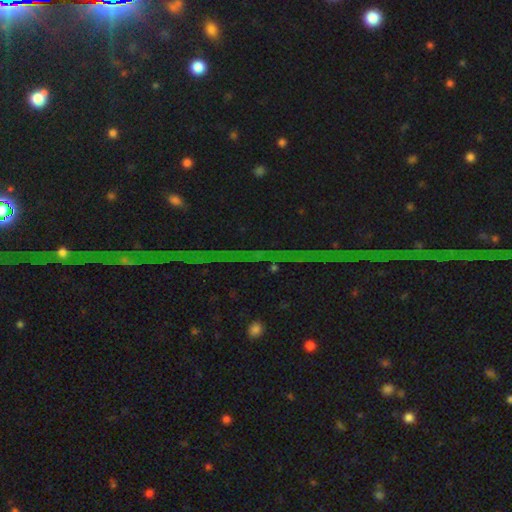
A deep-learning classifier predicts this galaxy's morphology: smooth-or-featured: star or artifact: 82% | featured or disk: 10% | smooth: 7%